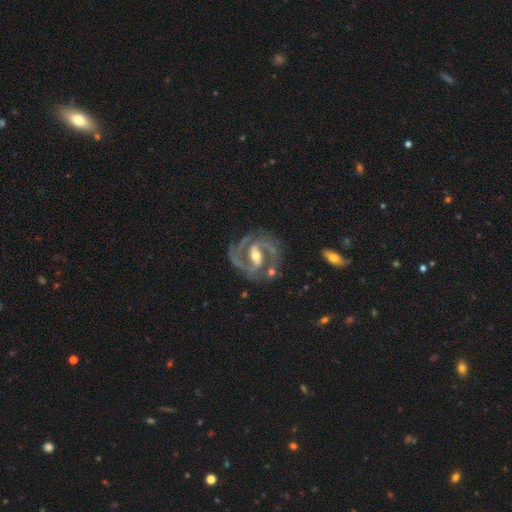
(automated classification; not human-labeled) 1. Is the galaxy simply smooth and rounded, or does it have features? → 92% featured or disk, 5% star or artifact, 3% smooth.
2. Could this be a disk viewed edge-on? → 97% no, 3% yes.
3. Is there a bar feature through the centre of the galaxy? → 55% strong, 33% weak, 12% no.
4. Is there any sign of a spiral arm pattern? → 98% yes, 2% no.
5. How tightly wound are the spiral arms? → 58% medium, 33% tight, 9% loose.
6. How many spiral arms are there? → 79% 2, 12% 3, 3% can't tell, 2% 4, 2% 1, 2% more than 4.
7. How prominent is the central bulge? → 64% moderate, 30% small, 4% large, 1% none, 1% dominant.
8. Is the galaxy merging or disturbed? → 75% none, 15% minor disturbance, 7% major disturbance, 3% merger.